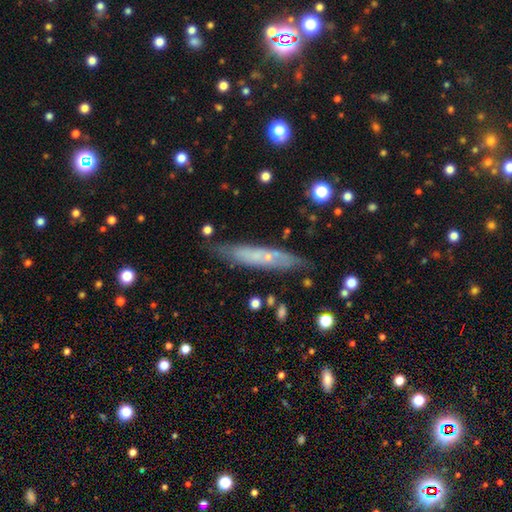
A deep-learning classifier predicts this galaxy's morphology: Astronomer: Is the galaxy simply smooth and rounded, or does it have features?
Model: featured or disk — 49% (runner-up: smooth, 43%).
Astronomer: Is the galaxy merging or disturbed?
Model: none — 77%.